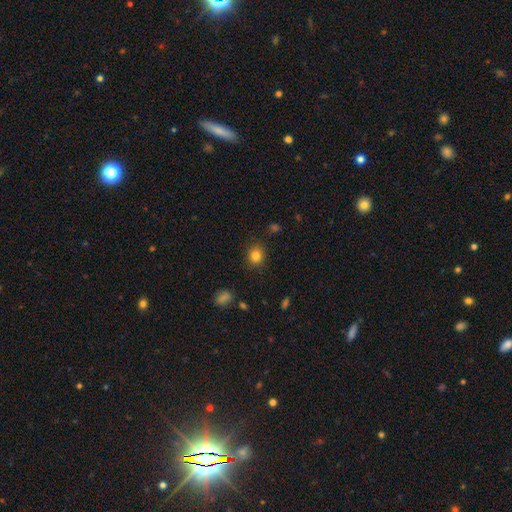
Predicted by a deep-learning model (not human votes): A smooth galaxy with no disk features (82%) that is round (80%).

Vote fractions:
- Smooth or featured? smooth: 82% / star or artifact: 12% / featured or disk: 6%
- How rounded? round: 80% / in between: 19% / cigar-shaped: 1%
- Merging? none: 88% / minor disturbance: 8% / major disturbance: 2% / merger: 1%